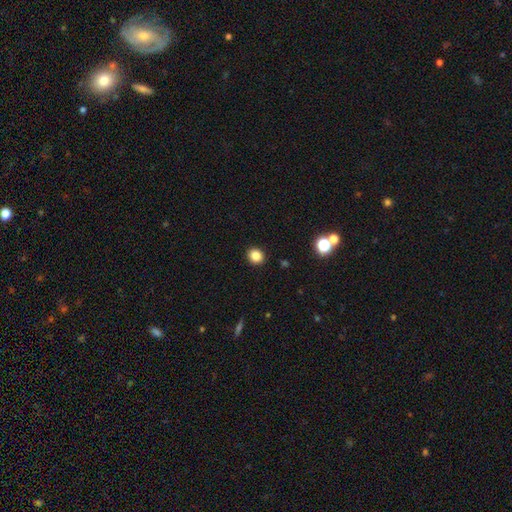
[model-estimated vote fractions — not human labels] smooth 84%, star or artifact 12%, featured or disk 4%. Down the decision tree: how rounded — round (80%); merging — none (92%).